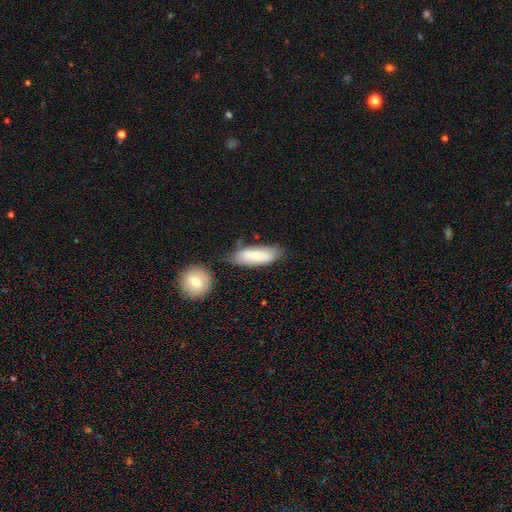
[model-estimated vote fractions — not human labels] smooth-or-featured: smooth: 70% | featured or disk: 24% | star or artifact: 6%
  how-rounded: in between: 62% | cigar-shaped: 36% | round: 2%
  merging: none: 61% | minor disturbance: 21% | merger: 12% | major disturbance: 5%